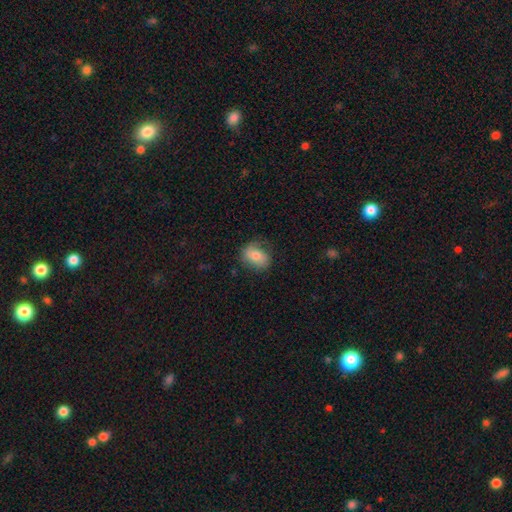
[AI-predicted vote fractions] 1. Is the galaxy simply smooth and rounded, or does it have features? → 71% smooth, 21% featured or disk, 8% star or artifact.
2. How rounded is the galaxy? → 63% in between, 35% round, 1% cigar-shaped.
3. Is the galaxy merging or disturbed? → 70% none, 21% minor disturbance, 7% major disturbance, 1% merger.